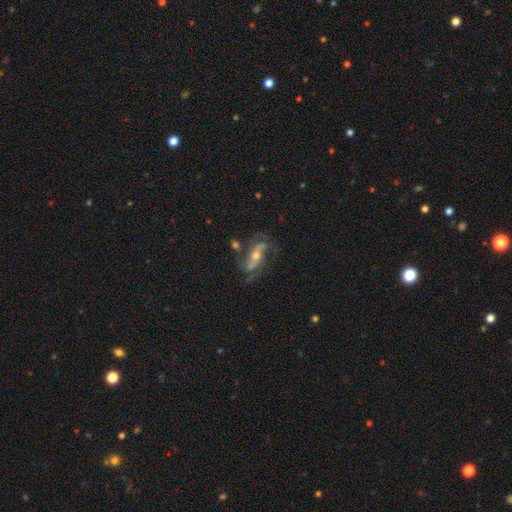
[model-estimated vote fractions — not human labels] This is clearly a featured or disk galaxy (81%). It is clearly not viewed edge-on (86%). Bar: marginally no (39%). Spiral arm pattern: clearly yes (92%). Spiral arm count: clearly 2 (81%). Spiral winding: possibly loose (59%). Central bulge: possibly moderate (58%). Merging: likely none (61%).